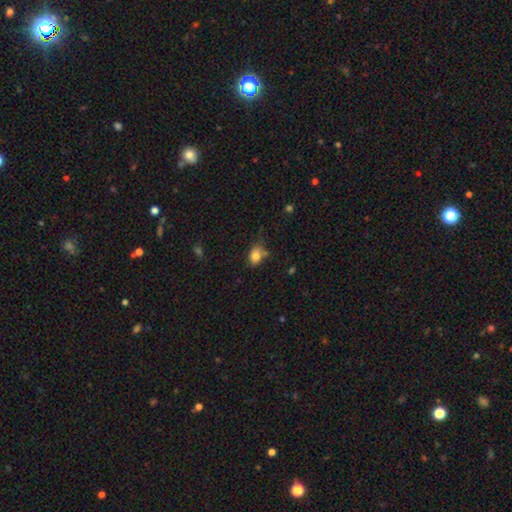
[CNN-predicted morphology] Smooth or featured? Predicted: smooth (p=0.82). How rounded? Predicted: in between (p=0.71). Merging? Predicted: none (p=0.57).